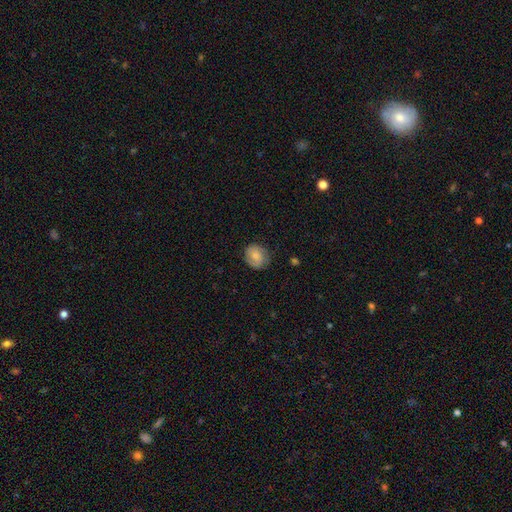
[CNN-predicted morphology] A smooth galaxy with no disk features (69%) that is round (64%).

Vote fractions:
- Smooth or featured? smooth: 69% / featured or disk: 24% / star or artifact: 8%
- How rounded? round: 64% / in between: 35% / cigar-shaped: 1%
- Merging? none: 73% / minor disturbance: 20% / major disturbance: 5% / merger: 1%